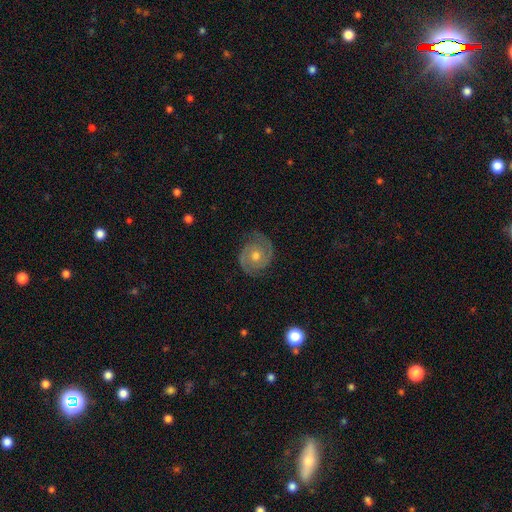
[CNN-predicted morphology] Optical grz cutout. It shows a featured or disk galaxy (85%) with no bar (74%), 2 (90%) tight (59%) spiral arms (96%) and a moderate central bulge (71%). Merging: none (83%).